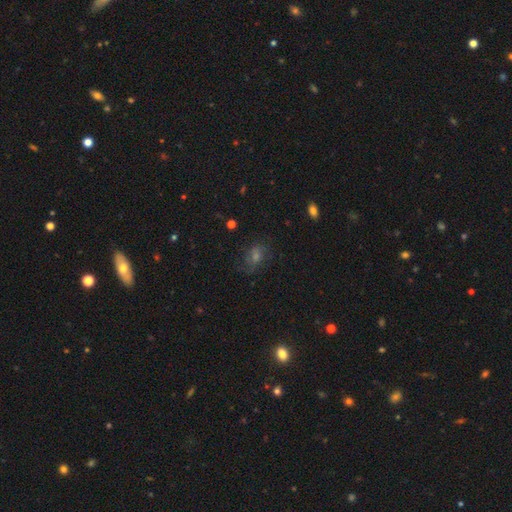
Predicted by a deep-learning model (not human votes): Morphology: type=featured or disk (35%); merging=none (72%).